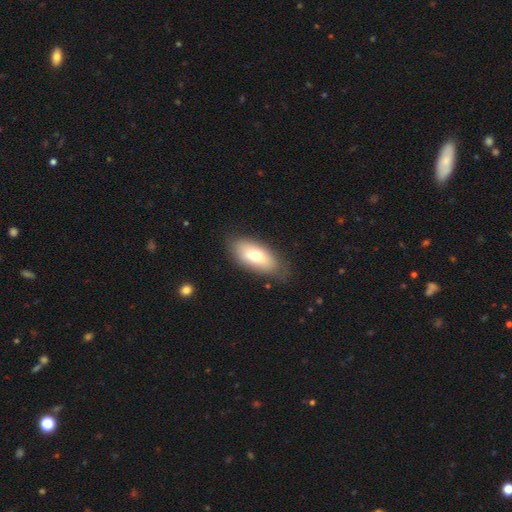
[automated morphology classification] Smooth or featured: smooth — 69% (featured or disk — 24%)
How rounded: in between — 89% (cigar-shaped — 8%)
Merging: none — 79% (minor disturbance — 15%)